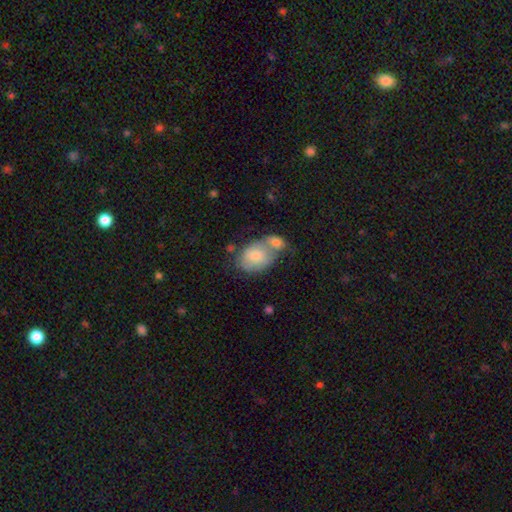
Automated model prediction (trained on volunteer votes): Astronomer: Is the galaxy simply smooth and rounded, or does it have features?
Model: smooth — 73%.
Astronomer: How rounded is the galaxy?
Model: in between — 77%.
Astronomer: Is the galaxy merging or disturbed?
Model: merger — 51% (runner-up: none, 28%).